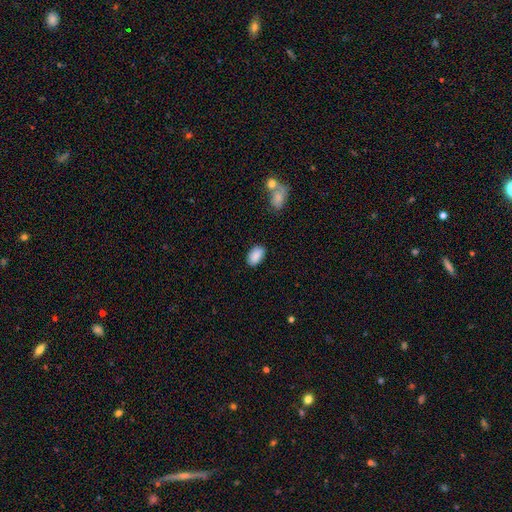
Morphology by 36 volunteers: A smooth galaxy with no disk features (97%) that is in between round and cigar-shaped (94%). Merging: none (89%).